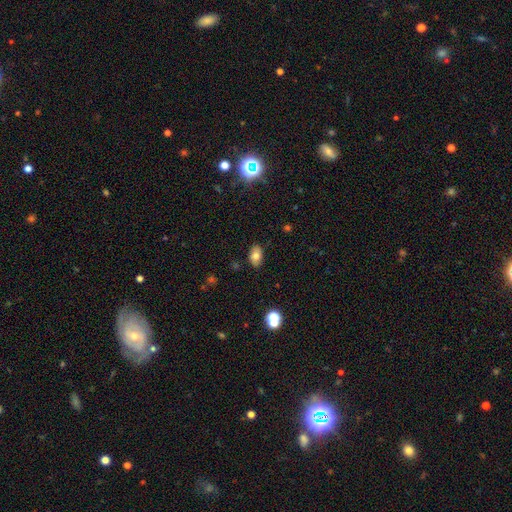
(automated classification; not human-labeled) Smooth or featured?
  - smooth: 76% *
  - featured or disk: 13%
  - star or artifact: 10%
How rounded?
  - in between: 89% *
  - round: 9%
  - cigar-shaped: 2%
Merging?
  - none: 84% *
  - minor disturbance: 12%
  - major disturbance: 2%
  - merger: 1%